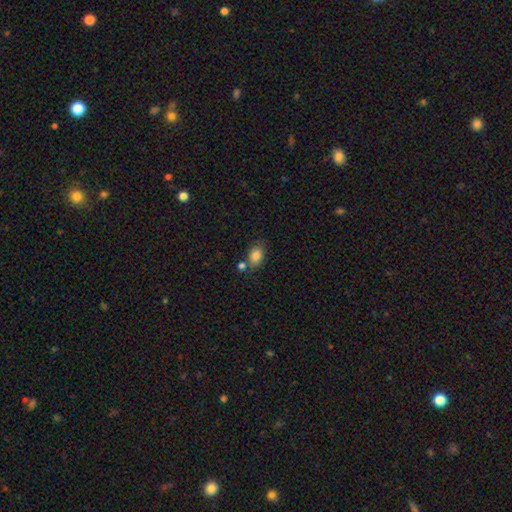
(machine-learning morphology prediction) smooth-or-featured: smooth: 85% | star or artifact: 9% | featured or disk: 7%
  how-rounded: in between: 80% | round: 19% | cigar-shaped: 2%
  merging: none: 65% | minor disturbance: 15% | merger: 15% | major disturbance: 4%